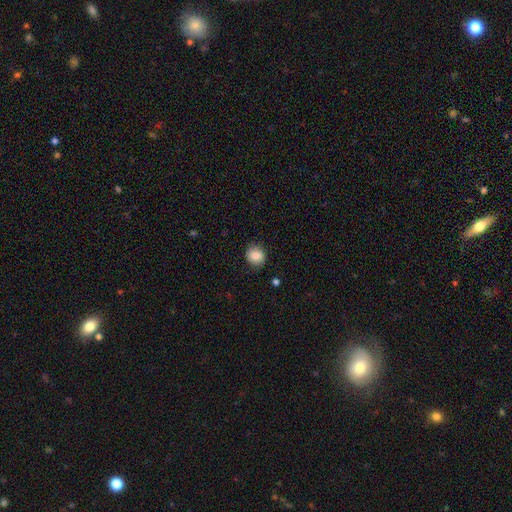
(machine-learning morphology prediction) smooth 84%, star or artifact 8%, featured or disk 7%. Down the decision tree: how rounded — round (76%); merging — none (86%).